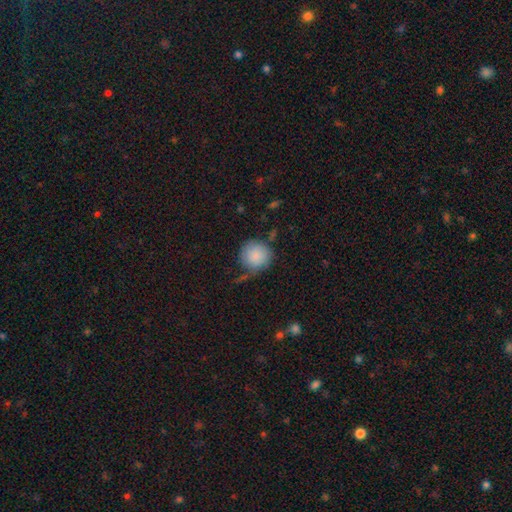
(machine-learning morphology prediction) type=smooth (86%); roundness=round (92%); merging=none (60%).